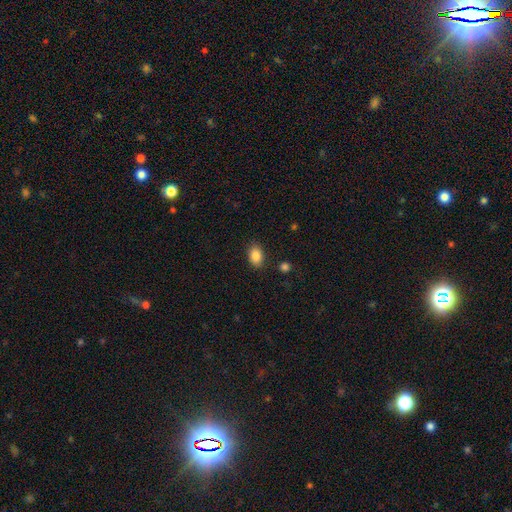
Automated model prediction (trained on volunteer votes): This appears to be a smooth galaxy with no disk features (86%) that is in between round and cigar-shaped (81%). Merging: none (86%).